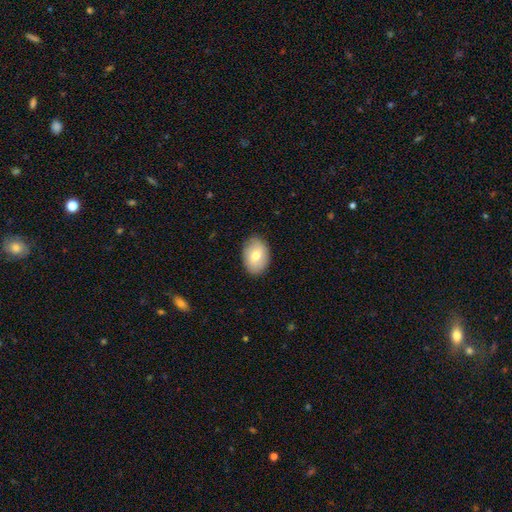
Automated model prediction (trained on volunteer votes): Smooth or featured? Predicted: smooth (p=0.73). How rounded? Predicted: in between (p=0.82). Merging? Predicted: none (p=0.86).